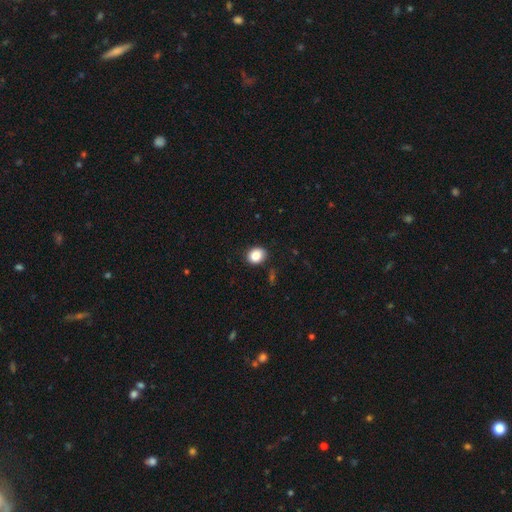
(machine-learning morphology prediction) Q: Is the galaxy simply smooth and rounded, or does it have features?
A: smooth — 86%.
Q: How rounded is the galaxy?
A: round — 58%.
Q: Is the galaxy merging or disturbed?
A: none — 86%.